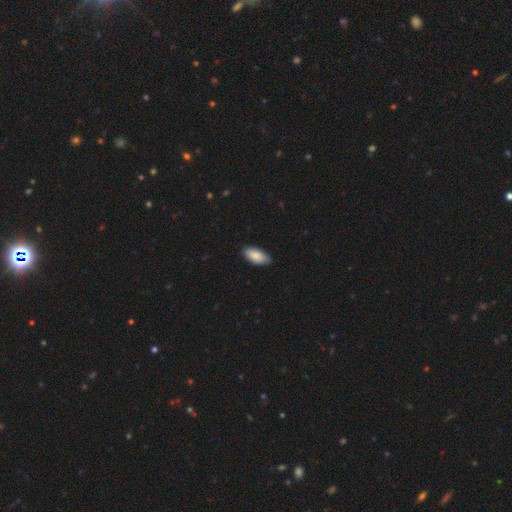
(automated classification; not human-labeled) Smooth or featured? Predicted: smooth (p=0.87). How rounded? Predicted: in between (p=0.92). Merging? Predicted: none (p=0.84).